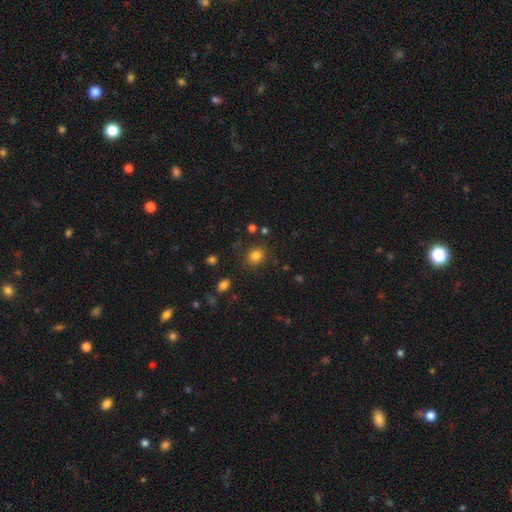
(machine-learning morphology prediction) A smooth galaxy with no disk features (82%) that is round (64%). Merging: none (83%).